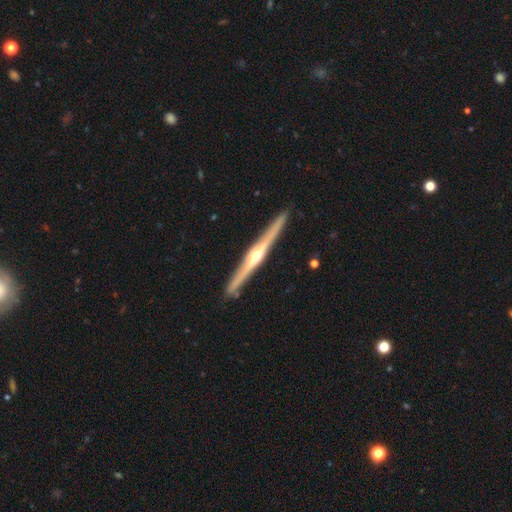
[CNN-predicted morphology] type=featured or disk (83%); edge-on=yes (98%); edge-on bulge=rounded (92%); merging=none (91%).